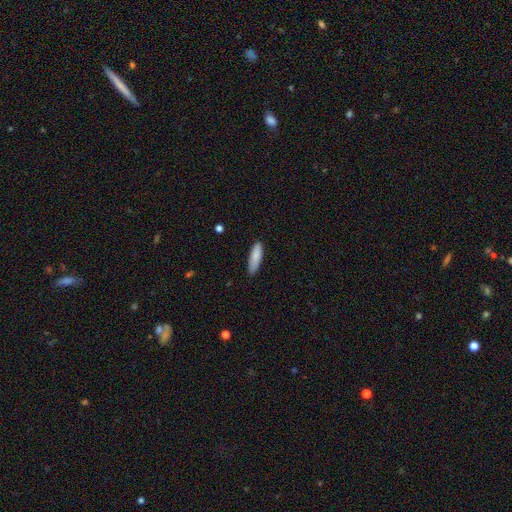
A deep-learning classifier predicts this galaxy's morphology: Smooth or featured? Predicted: smooth (p=0.86). How rounded? Predicted: cigar-shaped (p=0.62). Merging? Predicted: none (p=0.84).